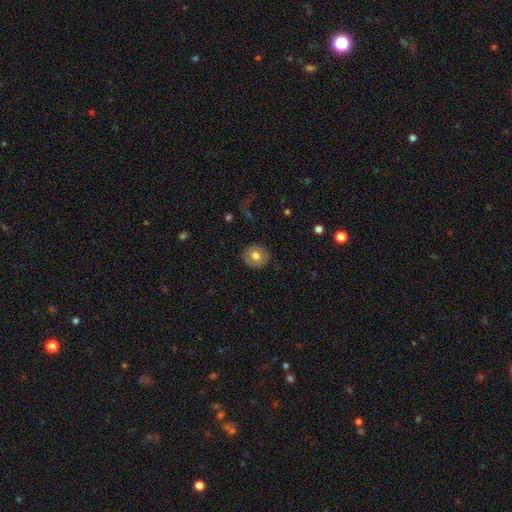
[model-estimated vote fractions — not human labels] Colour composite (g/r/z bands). It shows a smooth galaxy with no disk features (75%) that is round (86%). Merging: none (89%).